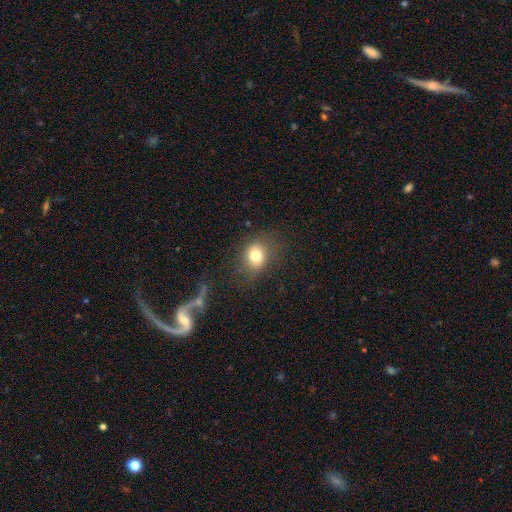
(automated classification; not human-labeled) Overall: smooth (78%). How rounded: round (60%; in between 39%). Merging: none (72%).